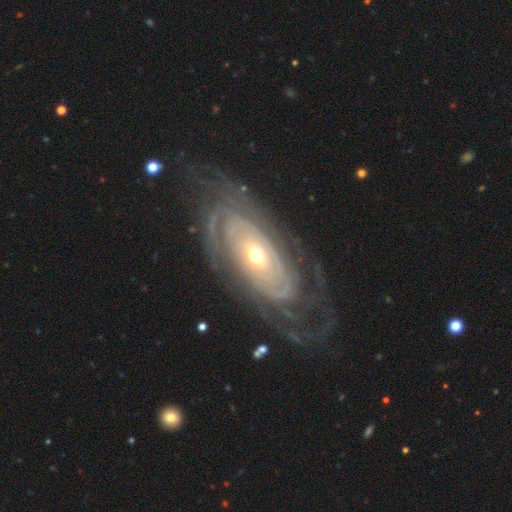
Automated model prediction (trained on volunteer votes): A featured or disk galaxy (87%) with no bar (76%), tight (75%) spiral arms (91%) and a moderate central bulge (55%). Merging: none (70%).